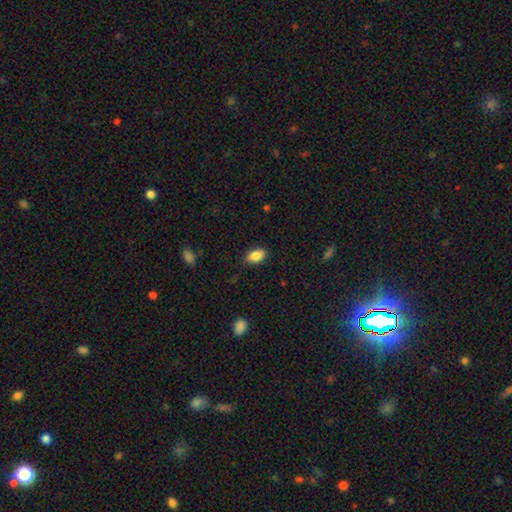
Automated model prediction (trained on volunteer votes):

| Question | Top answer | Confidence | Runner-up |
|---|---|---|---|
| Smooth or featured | smooth | 85% | star or artifact (8%) |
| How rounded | in between | 91% | round (8%) |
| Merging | none | 86% | minor disturbance (10%) |